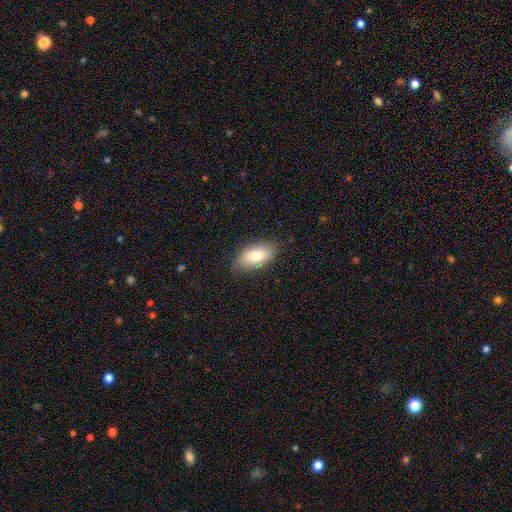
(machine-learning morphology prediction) Overall: smooth (82%). How rounded: in between (93%). Merging: none (85%).